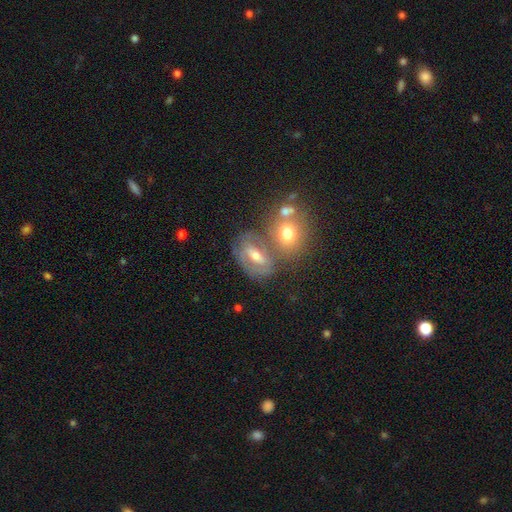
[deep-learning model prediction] This appears to be a featured or disk galaxy (57%) with a weak bar (38%), spiral arms (55%) and a moderate central bulge (55%). Merging: none (49%).